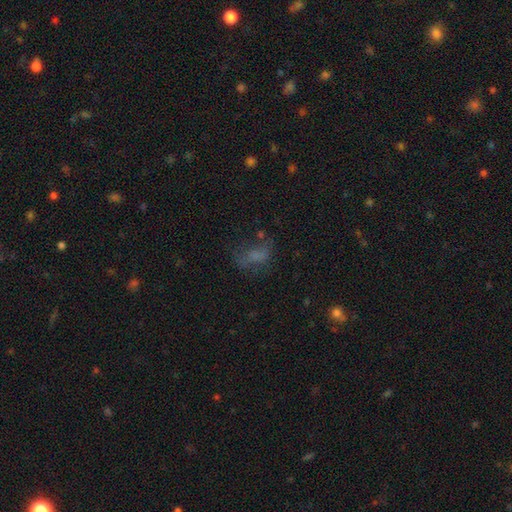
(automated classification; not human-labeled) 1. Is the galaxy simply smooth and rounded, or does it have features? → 50% smooth, 27% featured or disk, 22% star or artifact.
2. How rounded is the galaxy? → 78% in between, 15% round, 6% cigar-shaped.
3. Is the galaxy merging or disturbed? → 42% none, 31% major disturbance, 22% minor disturbance, 5% merger.